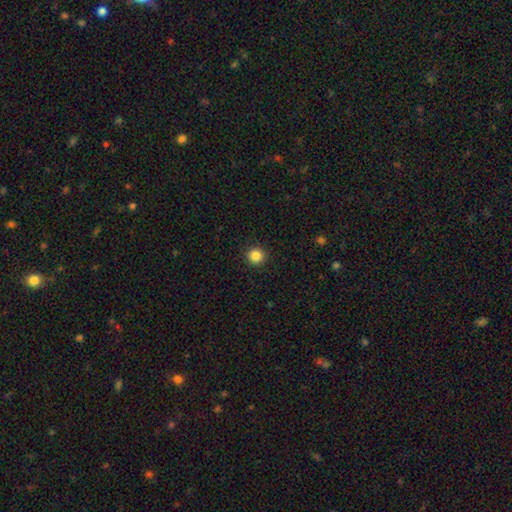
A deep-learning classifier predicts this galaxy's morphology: Q: Smooth or featured?
A: smooth (86%); runner-up: star or artifact (11%)
Q: How rounded?
A: round (94%); runner-up: in between (5%)
Q: Merging?
A: none (93%); runner-up: minor disturbance (5%)